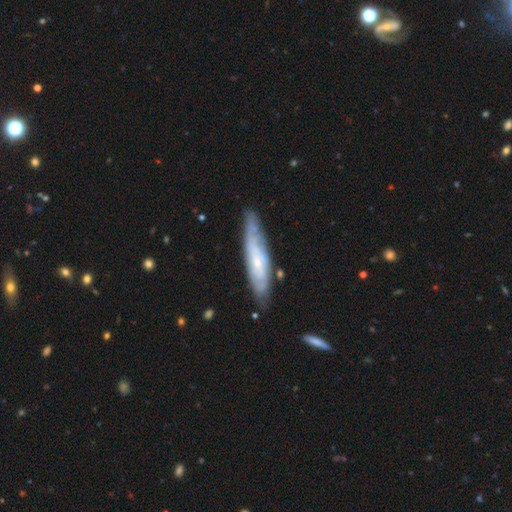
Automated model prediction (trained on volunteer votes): smooth-or-featured: featured or disk: 60% | smooth: 33% | star or artifact: 7%
  disk-edge-on: no: 53% | yes: 47%
  merging: none: 77% | minor disturbance: 17% | major disturbance: 3% | merger: 2%